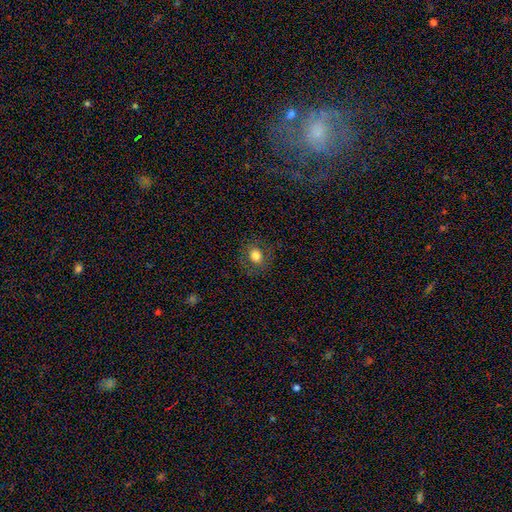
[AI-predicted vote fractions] Morphology: type=smooth (76%); roundness=round (66%); merging=none (84%).